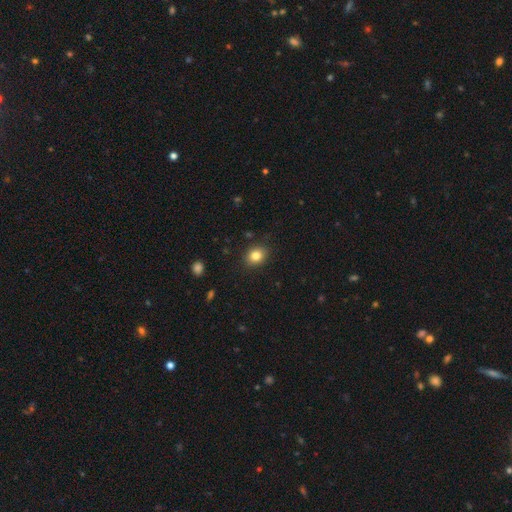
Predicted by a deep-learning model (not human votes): smooth-or-featured: smooth: 83% | star or artifact: 10% | featured or disk: 7%
  how-rounded: round: 55% | in between: 45% | cigar-shaped: 1%
  merging: none: 88% | minor disturbance: 9% | major disturbance: 2% | merger: 1%